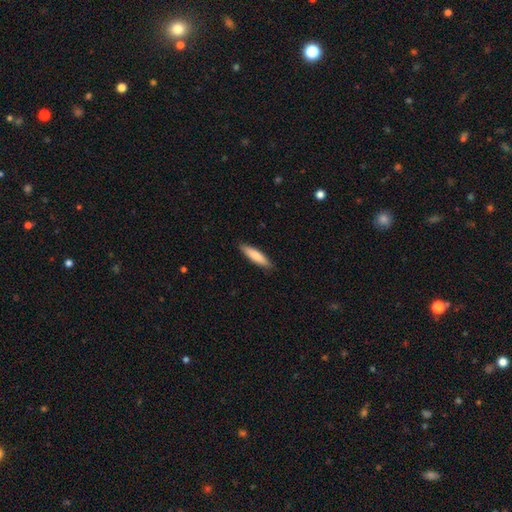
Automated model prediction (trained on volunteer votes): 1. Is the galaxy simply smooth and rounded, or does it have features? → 81% smooth, 14% featured or disk, 5% star or artifact.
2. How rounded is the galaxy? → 76% cigar-shaped, 23% in between, 1% round.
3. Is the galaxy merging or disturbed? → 88% none, 9% minor disturbance, 2% major disturbance, 1% merger.